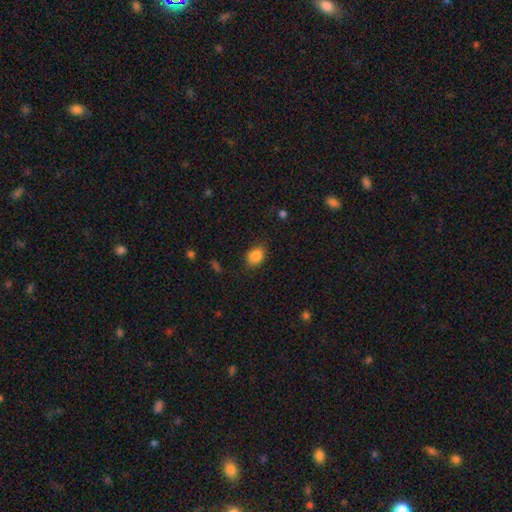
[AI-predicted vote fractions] Smooth or featured: smooth — 87% (star or artifact — 9%)
How rounded: in between — 73% (round — 26%)
Merging: none — 82% (minor disturbance — 13%)